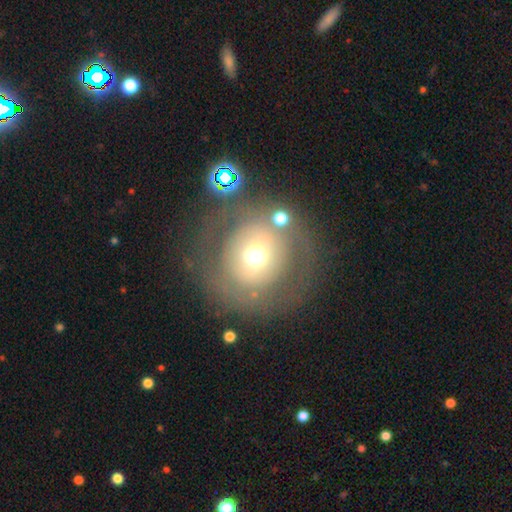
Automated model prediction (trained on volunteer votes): A smooth galaxy with no disk features (51%) that is round (87%).

Vote fractions:
- Smooth or featured? smooth: 51% / featured or disk: 36% / star or artifact: 14%
- How rounded? round: 87% / in between: 12% / cigar-shaped: 1%
- Merging? none: 65% / major disturbance: 15% / minor disturbance: 14% / merger: 6%